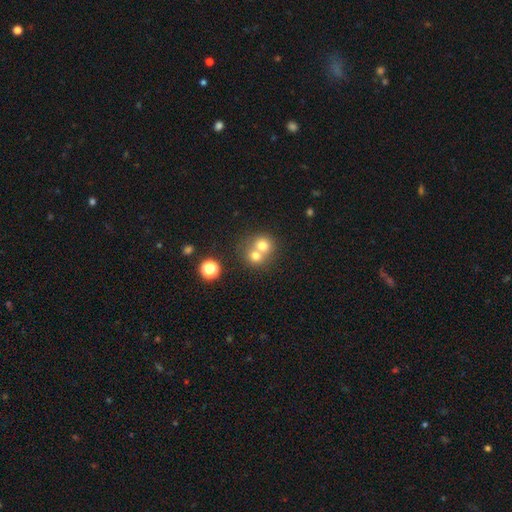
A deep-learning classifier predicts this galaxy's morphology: Overall: smooth (70%). How rounded: round (82%). Merging: merger (61%; none 32%).